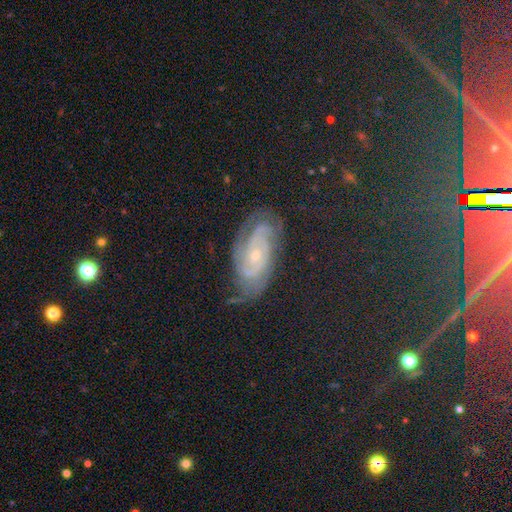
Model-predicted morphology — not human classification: smooth_or_featured: featured or disk (p=0.48) [alt: star or artifact p=0.35]
merging: none (p=0.76) [alt: minor disturbance p=0.16]